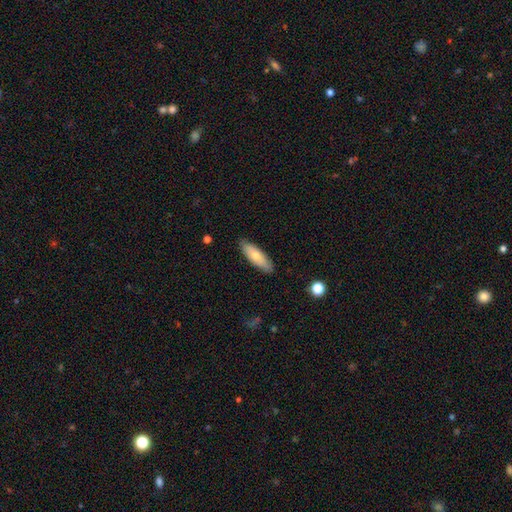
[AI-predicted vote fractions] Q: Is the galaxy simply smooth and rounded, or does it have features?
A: smooth — 70%.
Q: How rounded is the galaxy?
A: in between — 56%.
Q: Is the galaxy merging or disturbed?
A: none — 86%.